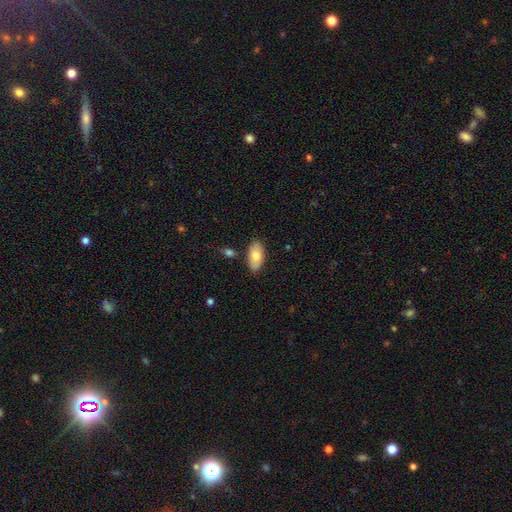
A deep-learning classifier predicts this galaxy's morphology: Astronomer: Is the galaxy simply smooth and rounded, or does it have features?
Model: smooth — 76%.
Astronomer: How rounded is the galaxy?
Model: in between — 94%.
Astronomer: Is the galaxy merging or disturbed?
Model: none — 84%.